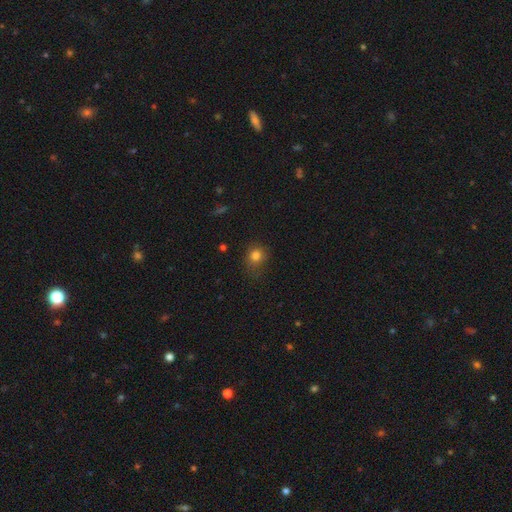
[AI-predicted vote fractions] This appears to be a smooth galaxy with no disk features (81%) that is round (71%). Merging: none (67%).